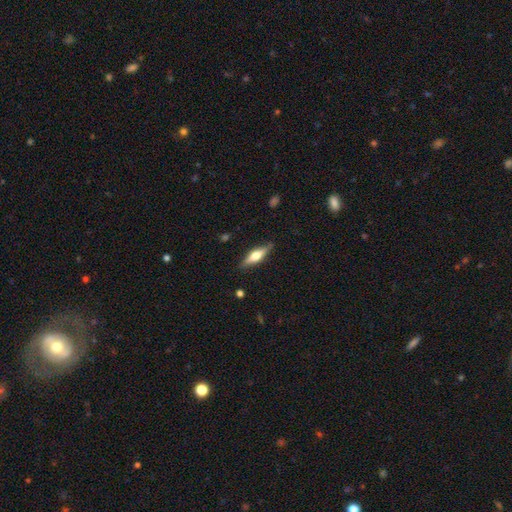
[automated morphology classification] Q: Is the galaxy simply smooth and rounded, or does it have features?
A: featured or disk — 53%.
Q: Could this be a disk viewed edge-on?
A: yes — 93%.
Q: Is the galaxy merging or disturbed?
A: none — 85%.